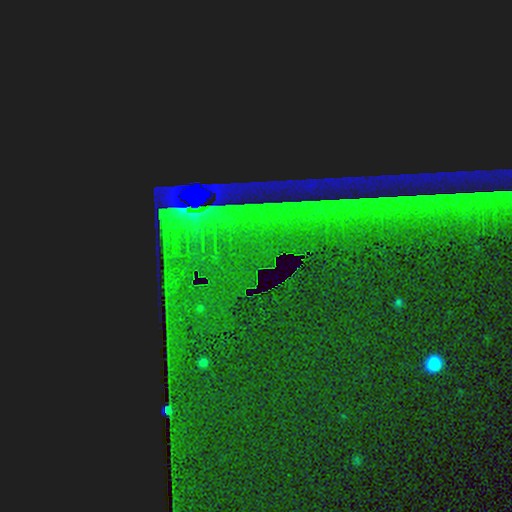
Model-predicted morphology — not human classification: This is clearly a star or artifact rather than a galaxy (89%).